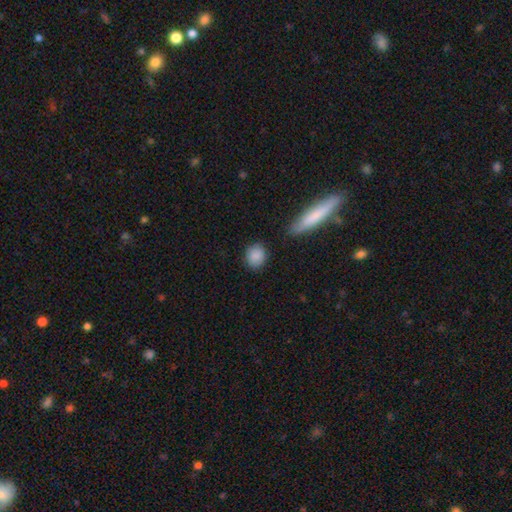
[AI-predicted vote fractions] The model was most divided on "how rounded": round: 73%, in between: 26%, cigar-shaped: 2%. More confident: smooth or featured — smooth (88%); merging — none (83%).